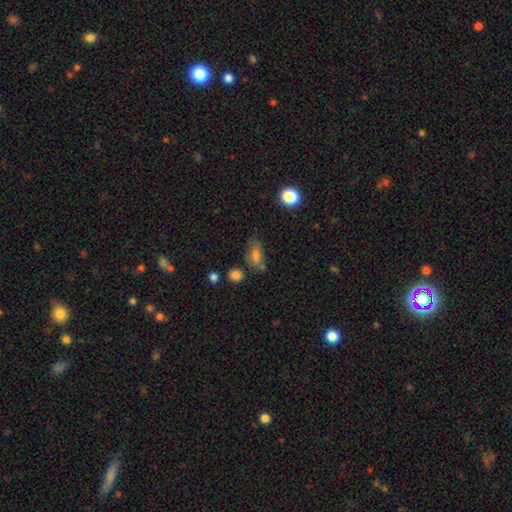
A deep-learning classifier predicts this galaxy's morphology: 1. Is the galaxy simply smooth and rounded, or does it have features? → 72% smooth, 16% featured or disk, 12% star or artifact.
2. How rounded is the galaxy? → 83% in between, 10% round, 7% cigar-shaped.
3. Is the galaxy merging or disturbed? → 58% none, 25% minor disturbance, 9% merger, 8% major disturbance.